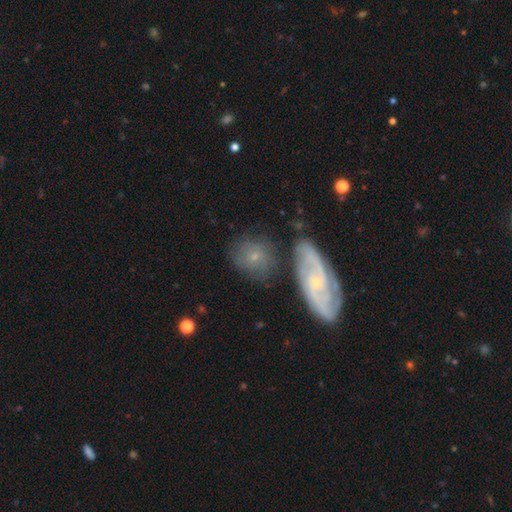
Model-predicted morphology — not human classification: This appears to be a featured or disk galaxy (52%). Merging: none (64%).